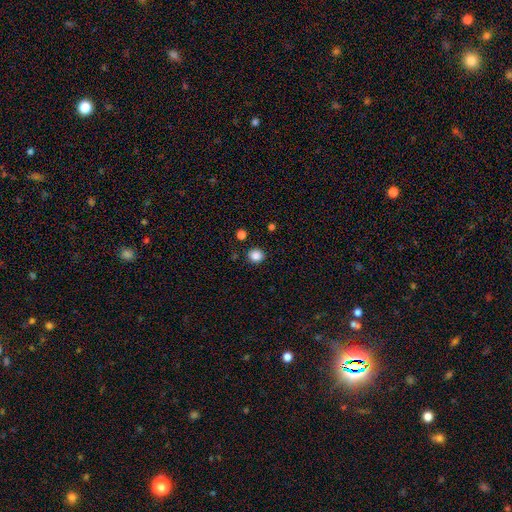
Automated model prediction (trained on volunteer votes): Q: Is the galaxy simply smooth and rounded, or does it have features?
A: smooth — 86%.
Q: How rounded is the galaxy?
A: round — 78%.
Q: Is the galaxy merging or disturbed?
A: none — 88%.